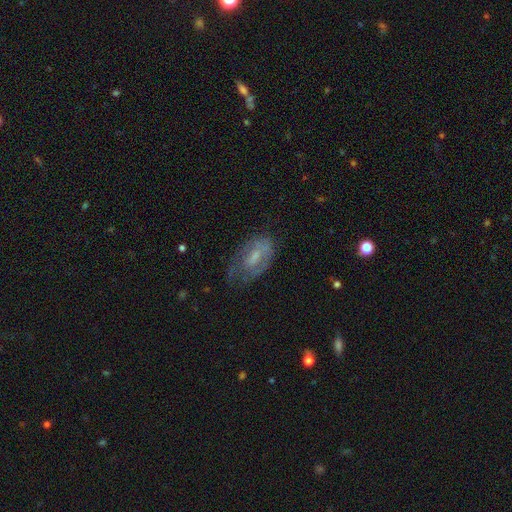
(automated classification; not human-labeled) This is possibly a featured or disk galaxy (54%). It is clearly not viewed edge-on (92%). Bar: possibly no (47%). Spiral arm pattern: possibly yes (58%). Central bulge: possibly small (45%). Merging: possibly none (48%).